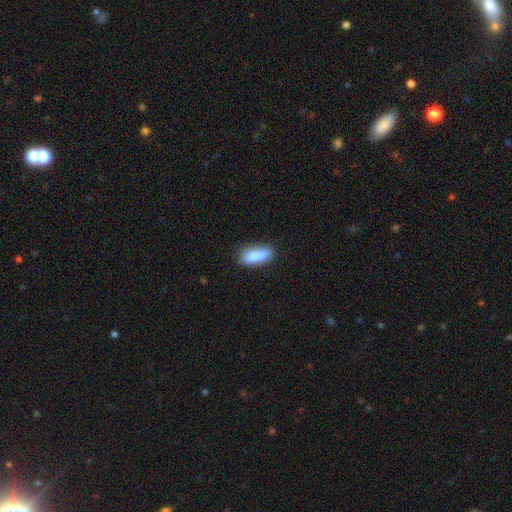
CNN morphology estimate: Smooth or featured? smooth (86%)
How rounded? in between (65%)
Merging? none (76%)